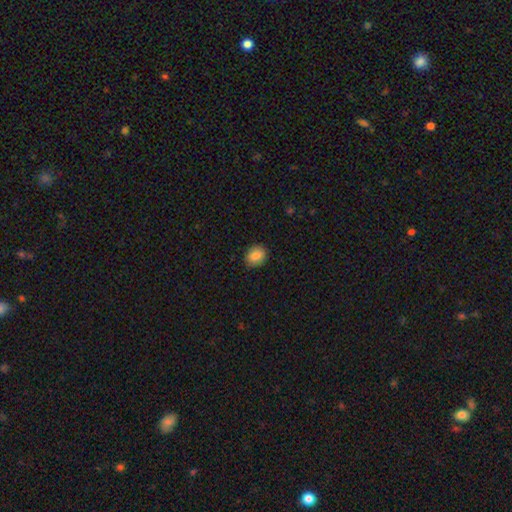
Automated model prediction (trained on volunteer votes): Q: Smooth or featured?
A: smooth (87%); runner-up: star or artifact (8%)
Q: How rounded?
A: round (52%); runner-up: in between (47%)
Q: Merging?
A: none (89%); runner-up: minor disturbance (8%)